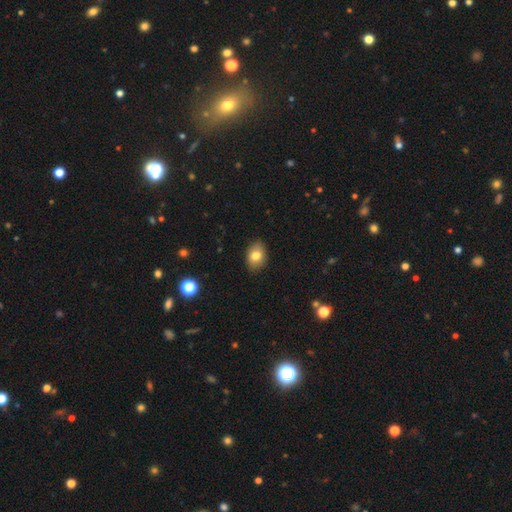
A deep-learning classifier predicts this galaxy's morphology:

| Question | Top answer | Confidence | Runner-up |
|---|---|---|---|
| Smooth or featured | smooth | 79% | featured or disk (12%) |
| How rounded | in between | 75% | round (23%) |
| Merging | none | 87% | minor disturbance (10%) |